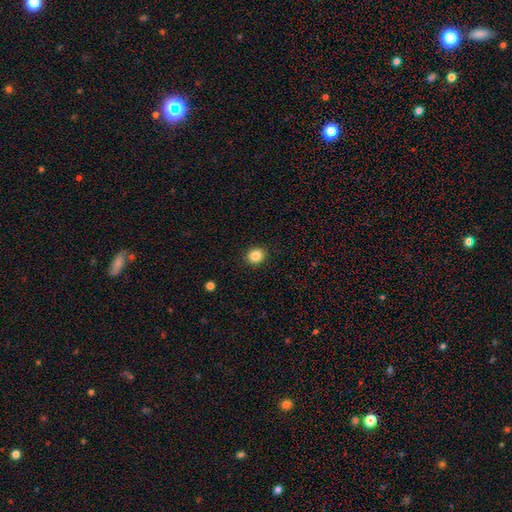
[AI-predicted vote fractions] Smooth or featured? smooth (85%)
How rounded? round (71%)
Merging? none (90%)